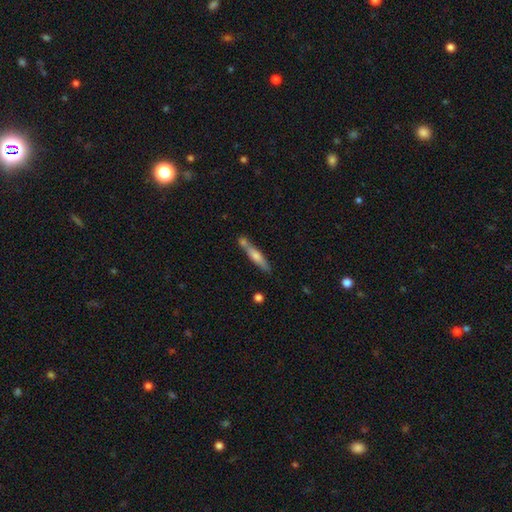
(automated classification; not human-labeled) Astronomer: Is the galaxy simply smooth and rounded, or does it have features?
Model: smooth — 51% (runner-up: featured or disk, 43%).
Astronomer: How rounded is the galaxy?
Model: cigar-shaped — 90%.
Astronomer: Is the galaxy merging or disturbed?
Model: none — 66%.